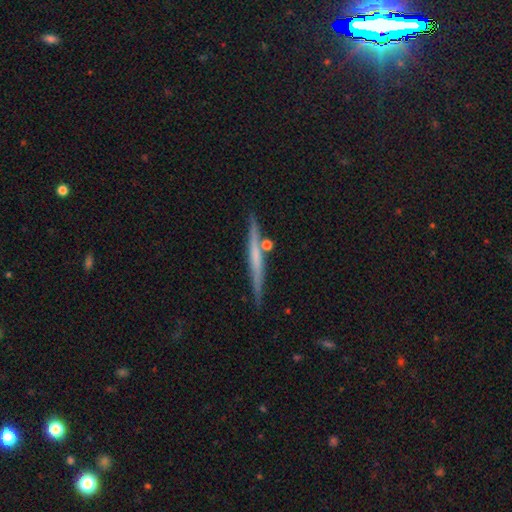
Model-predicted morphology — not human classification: The model was most divided on "smooth or featured": featured or disk: 56%, smooth: 38%, star or artifact: 6%. More confident: edge-on disk — yes (96%); merging — none (81%); edge-on bulge — none (74%).